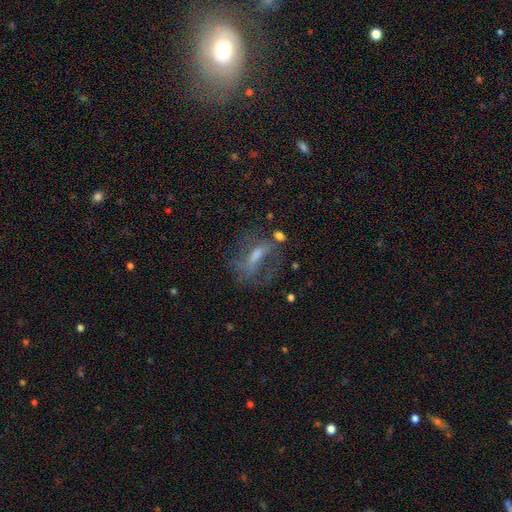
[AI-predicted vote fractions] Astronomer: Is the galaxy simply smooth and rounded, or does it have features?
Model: featured or disk — 52% (runner-up: smooth, 34%).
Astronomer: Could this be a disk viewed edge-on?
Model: no — 83%.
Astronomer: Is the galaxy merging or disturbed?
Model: none — 47% (runner-up: major disturbance, 29%).